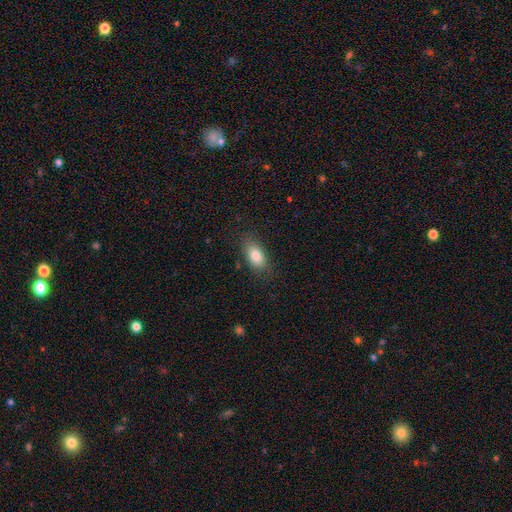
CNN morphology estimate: Overall: smooth (81%). How rounded: in between (89%). Merging: none (81%).